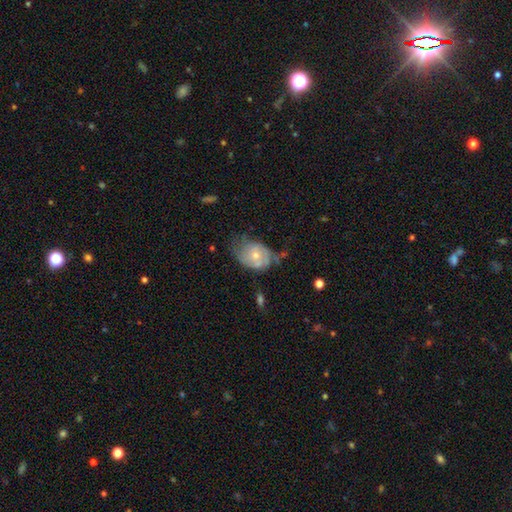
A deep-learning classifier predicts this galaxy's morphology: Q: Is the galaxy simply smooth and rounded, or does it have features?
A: featured or disk — 51%.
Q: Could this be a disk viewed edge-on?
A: no — 96%.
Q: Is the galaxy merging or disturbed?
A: none — 36%, tied with minor disturbance.